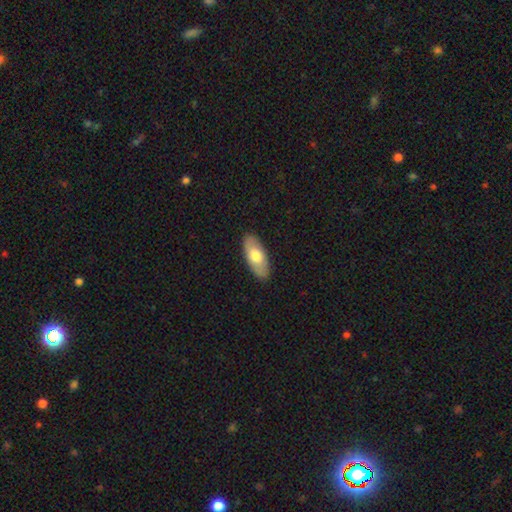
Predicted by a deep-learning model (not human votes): Q: Smooth or featured?
A: smooth (66%); runner-up: featured or disk (29%)
Q: How rounded?
A: in between (87%); runner-up: cigar-shaped (10%)
Q: Merging?
A: none (88%); runner-up: minor disturbance (9%)